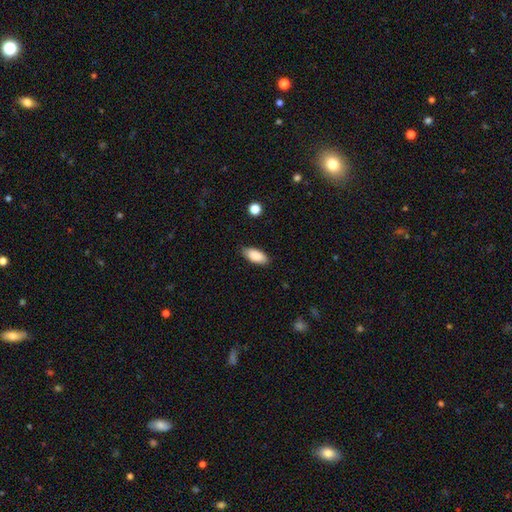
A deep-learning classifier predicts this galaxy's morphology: This appears to be a smooth galaxy with no disk features (88%) that is in between round and cigar-shaped (88%). Merging: none (83%).